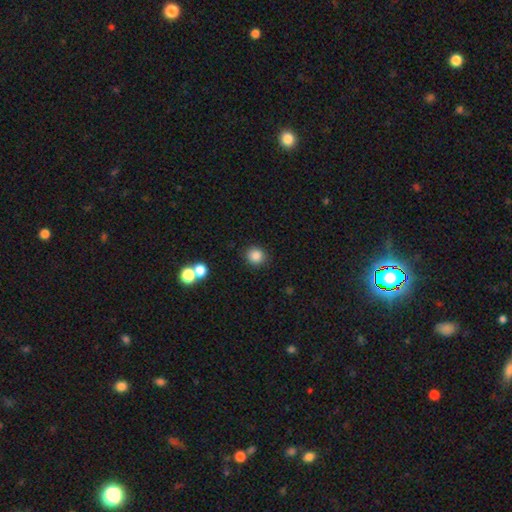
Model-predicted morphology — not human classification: smooth 85%, star or artifact 11%, featured or disk 4%. Down the decision tree: how rounded — round (87%); merging — none (86%).